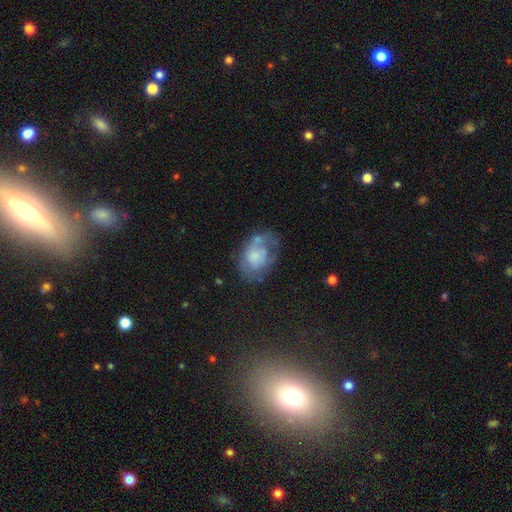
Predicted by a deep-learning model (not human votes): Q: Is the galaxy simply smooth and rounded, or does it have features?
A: featured or disk — 47%.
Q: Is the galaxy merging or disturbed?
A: none — 40%.